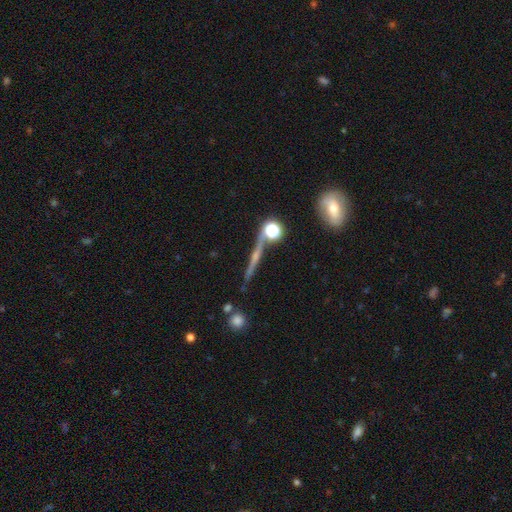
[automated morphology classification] A featured or disk galaxy (71%) viewed edge-on (95%) with a rounded central bulge (69%).

Vote fractions:
- Smooth or featured? featured or disk: 71% / smooth: 17% / star or artifact: 12%
- Edge-on disk? yes: 95% / no: 5%
- Edge-on bulge? rounded: 69% / none: 20% / boxy: 11%
- Merging? none: 79% / minor disturbance: 10% / merger: 7% / major disturbance: 4%